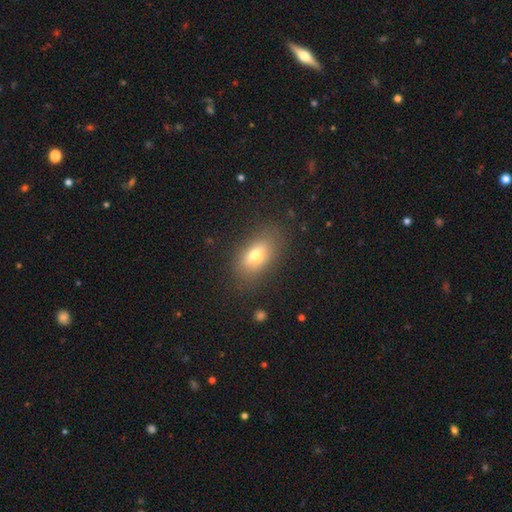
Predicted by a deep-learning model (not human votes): smooth_or_featured: smooth (p=0.71) [alt: featured or disk p=0.19]
how_rounded: in between (p=0.85) [alt: round p=0.10]
merging: none (p=0.79) [alt: minor disturbance p=0.14]